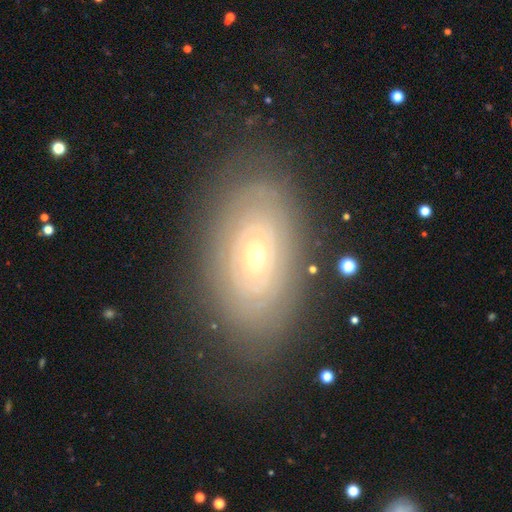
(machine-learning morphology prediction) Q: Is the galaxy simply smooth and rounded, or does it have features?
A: featured or disk — 68%.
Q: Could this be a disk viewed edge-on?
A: no — 93%.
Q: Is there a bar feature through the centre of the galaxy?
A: no — 88%.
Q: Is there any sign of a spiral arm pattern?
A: yes — 58%.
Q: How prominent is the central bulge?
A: small — 70%.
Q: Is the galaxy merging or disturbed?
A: none — 76%.